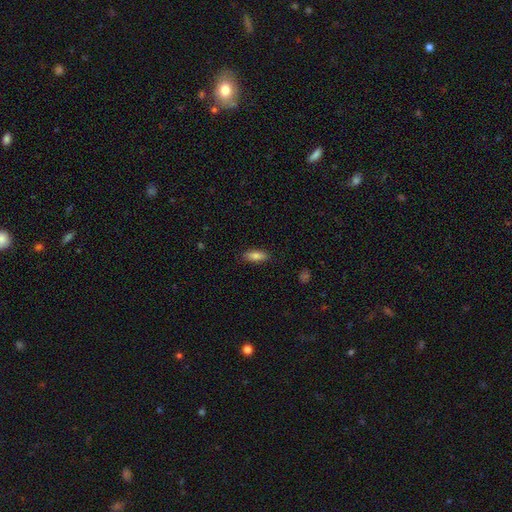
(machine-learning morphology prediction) Smooth or featured? Predicted: smooth (p=0.81). How rounded? Predicted: in between (p=0.67). Merging? Predicted: none (p=0.87).